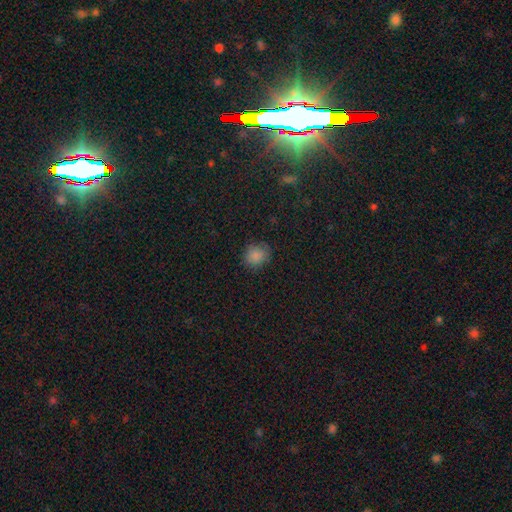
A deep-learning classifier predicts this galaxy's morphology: smooth 84%, star or artifact 12%, featured or disk 4%. Down the decision tree: how rounded — round (78%); merging — none (82%).